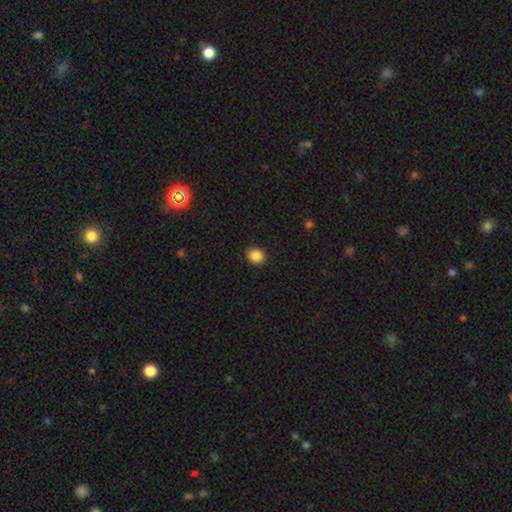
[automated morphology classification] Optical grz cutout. It shows a smooth galaxy with no disk features (87%) that is round (67%). Merging: none (91%).